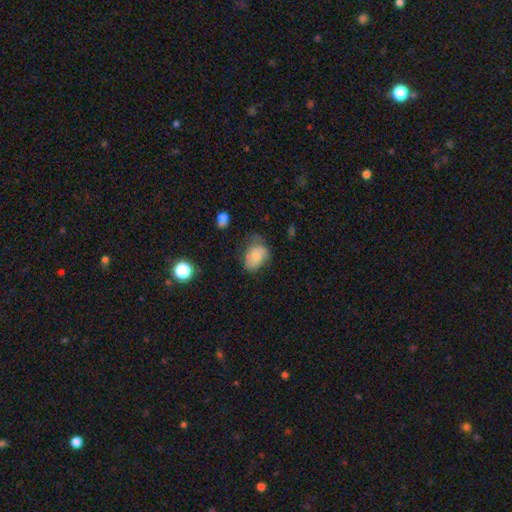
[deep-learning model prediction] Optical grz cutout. It shows a smooth galaxy with no disk features (63%) that is in between round and cigar-shaped (76%). Merging: none (50%).